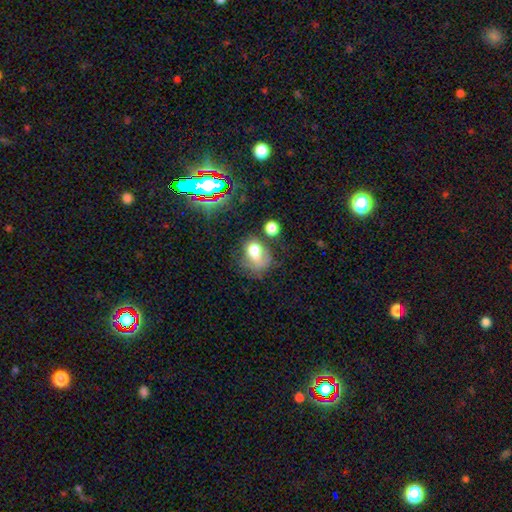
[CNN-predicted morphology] Q: Smooth or featured?
A: smooth (55%); runner-up: featured or disk (22%)
Q: How rounded?
A: in between (61%); runner-up: round (37%)
Q: Merging?
A: none (39%); runner-up: minor disturbance (26%)